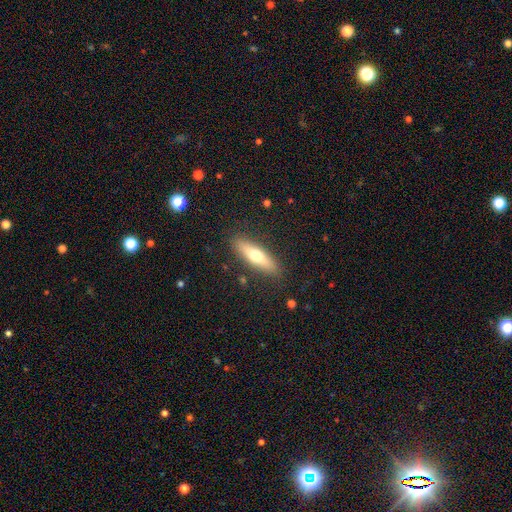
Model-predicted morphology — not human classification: smooth 59%, featured or disk 35%, star or artifact 6%. Down the decision tree: how rounded — cigar-shaped (63%); merging — none (87%).